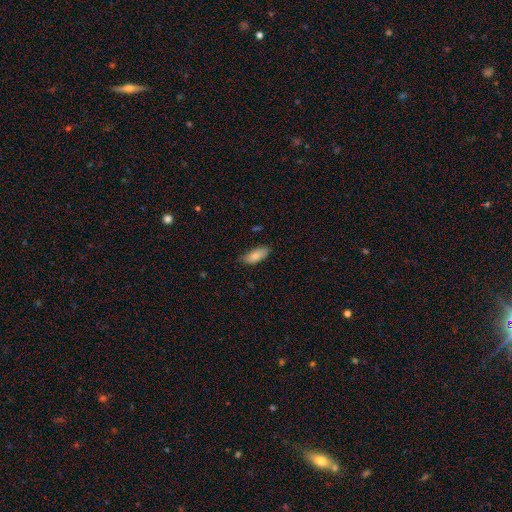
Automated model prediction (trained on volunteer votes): Overall: smooth (85%). How rounded: in between (82%). Merging: none (71%).